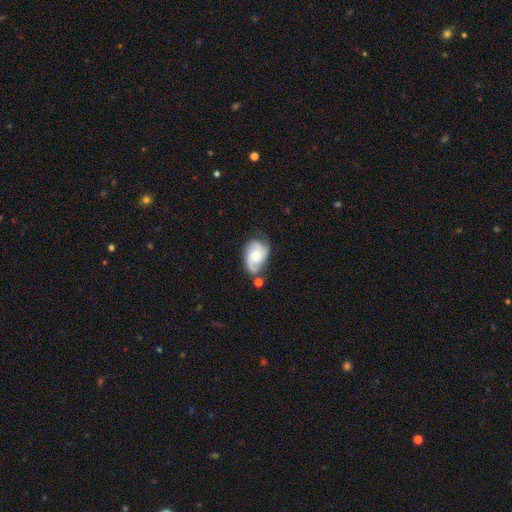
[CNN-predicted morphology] Overall: featured or disk (72%). Edge-on disk: no (97%). Bar: no (68%; weak 28%). Spiral arms: yes (94%). Spiral arm count: 3 (46%; 2 33%). Spiral winding: medium (47%; tight 35%). Bulge size: moderate (54%; small 26%). Merging: none (56%; minor disturbance 24%).